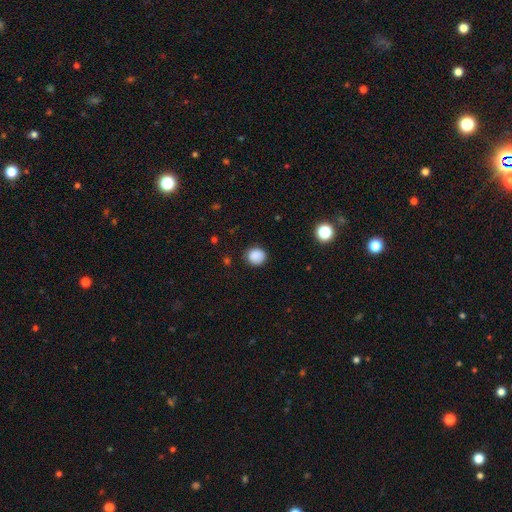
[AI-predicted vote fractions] Q: Smooth or featured?
A: smooth (87%); runner-up: star or artifact (9%)
Q: How rounded?
A: round (87%); runner-up: in between (12%)
Q: Merging?
A: none (86%); runner-up: minor disturbance (10%)